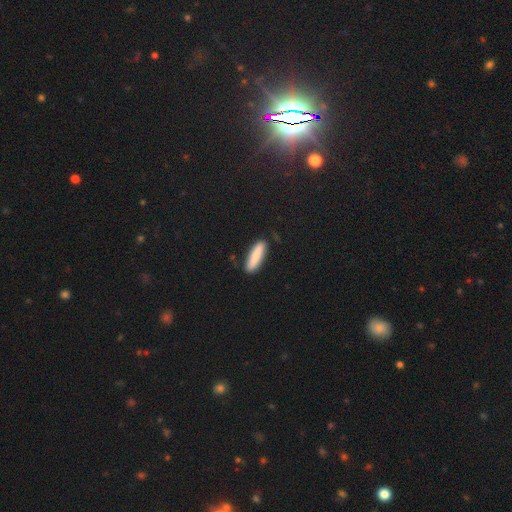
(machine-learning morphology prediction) A smooth galaxy with no disk features (84%) that is cigar-shaped (71%).

Vote fractions:
- Smooth or featured? smooth: 84% / featured or disk: 10% / star or artifact: 6%
- How rounded? cigar-shaped: 71% / in between: 27% / round: 2%
- Merging? none: 85% / minor disturbance: 11% / major disturbance: 2% / merger: 2%